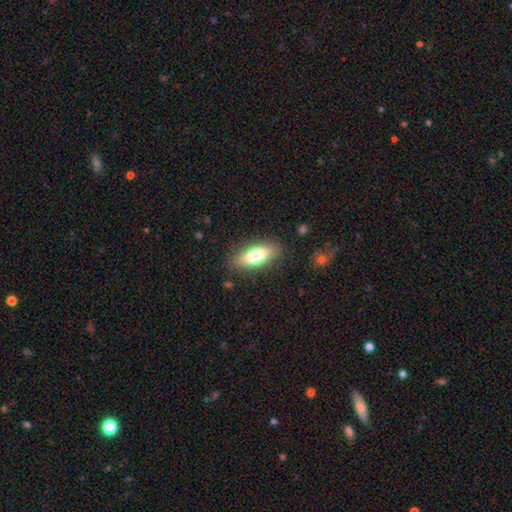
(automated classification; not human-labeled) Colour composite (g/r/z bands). It shows a smooth galaxy with no disk features (71%) that is in between round and cigar-shaped (69%). Merging: none (85%).